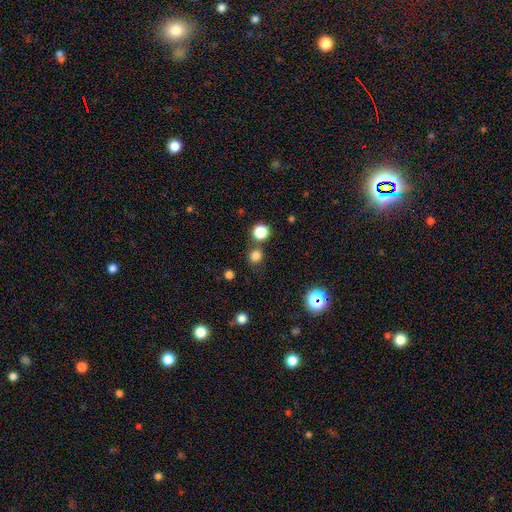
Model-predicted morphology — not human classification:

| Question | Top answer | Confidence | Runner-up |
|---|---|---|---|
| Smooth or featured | smooth | 78% | star or artifact (17%) |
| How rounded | round | 84% | in between (15%) |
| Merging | none | 72% | merger (15%) |